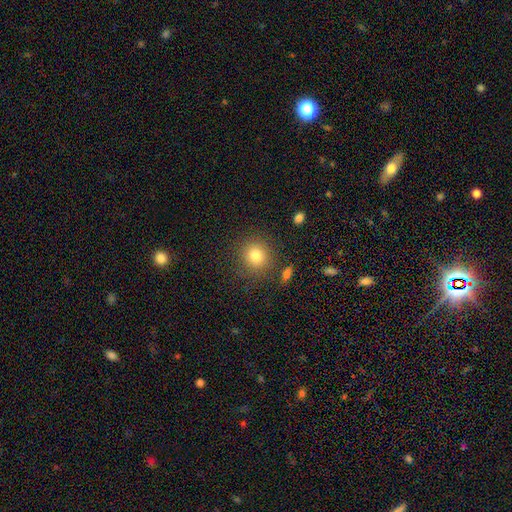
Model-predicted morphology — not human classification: A smooth galaxy with no disk features (82%) that is round (89%).

Vote fractions:
- Smooth or featured? smooth: 82% / star or artifact: 11% / featured or disk: 7%
- How rounded? round: 89% / in between: 10% / cigar-shaped: 1%
- Merging? none: 84% / minor disturbance: 9% / major disturbance: 4% / merger: 3%